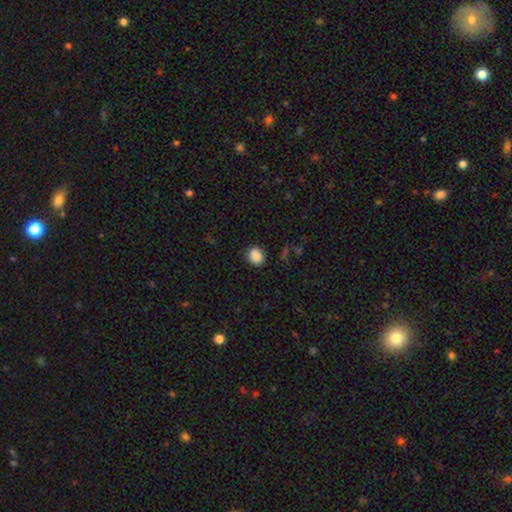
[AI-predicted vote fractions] This appears to be a smooth galaxy with no disk features (88%) that is round (64%). Merging: none (85%).